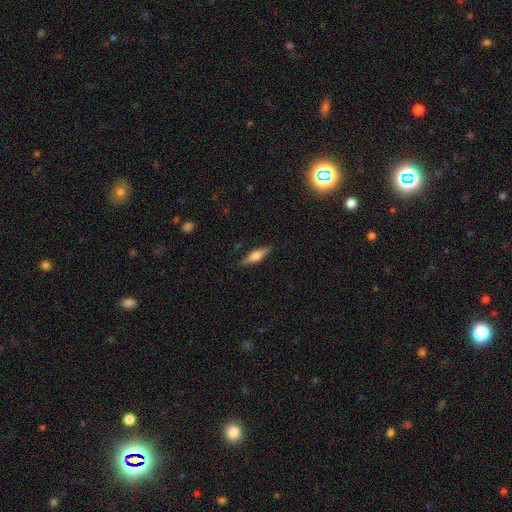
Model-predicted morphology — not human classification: The model was most divided on "smooth or featured": featured or disk: 61%, smooth: 32%, star or artifact: 7%. More confident: edge-on disk — yes (96%); edge-on bulge — rounded (87%); merging — none (87%).